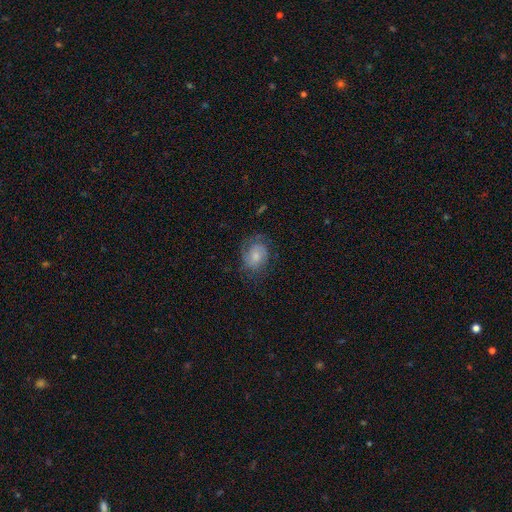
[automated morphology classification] This is possibly a smooth galaxy (48%). Merging: likely none (63%).